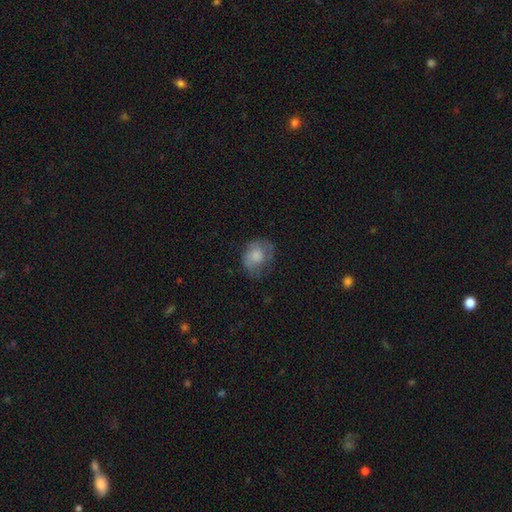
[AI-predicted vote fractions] smooth-or-featured: smooth: 66% | featured or disk: 25% | star or artifact: 9%
  how-rounded: round: 54% | in between: 45% | cigar-shaped: 1%
  merging: none: 50% | minor disturbance: 29% | major disturbance: 20% | merger: 2%